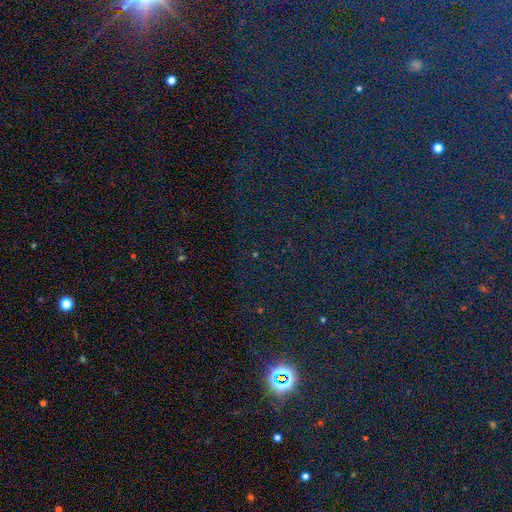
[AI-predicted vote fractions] Smooth or featured: star or artifact — 84% (smooth — 9%)